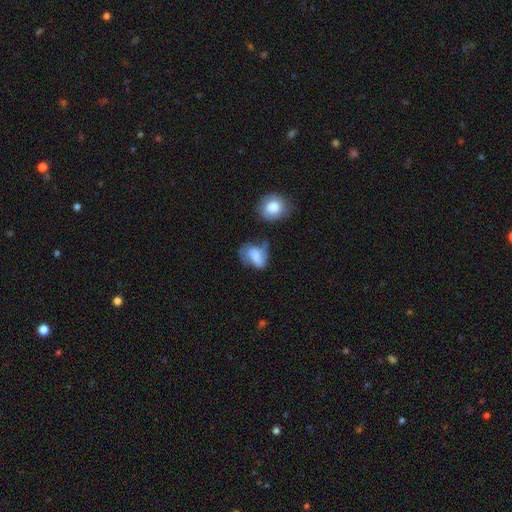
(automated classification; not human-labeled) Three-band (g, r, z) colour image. It shows a smooth galaxy with no disk features (61%) that is in between round and cigar-shaped (77%). Merging: none (33%).